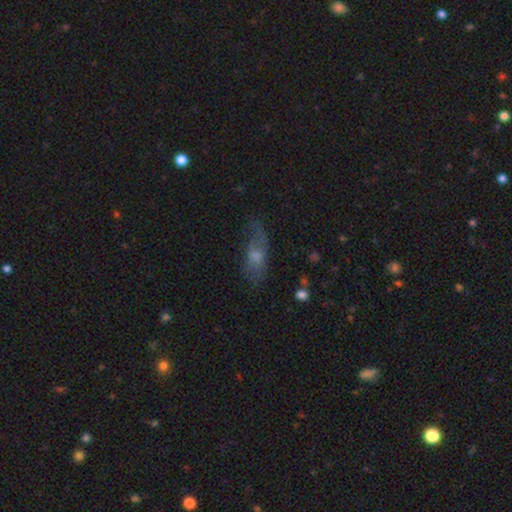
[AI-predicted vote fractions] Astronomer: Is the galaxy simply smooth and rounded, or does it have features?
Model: smooth — 44% (runner-up: featured or disk, 42%).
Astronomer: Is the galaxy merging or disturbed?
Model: none — 57%.